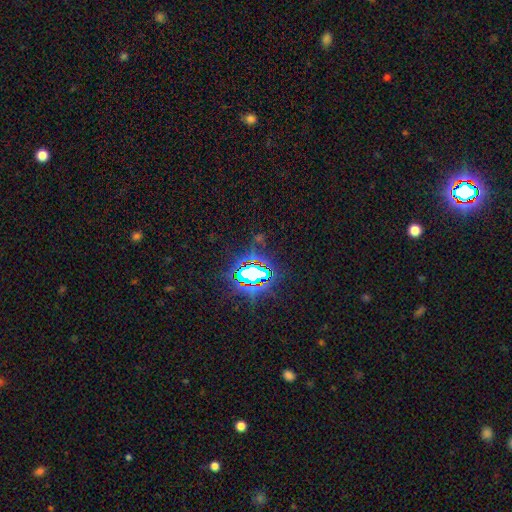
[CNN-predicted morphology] Smooth or featured: star or artifact — 81% (smooth — 11%)